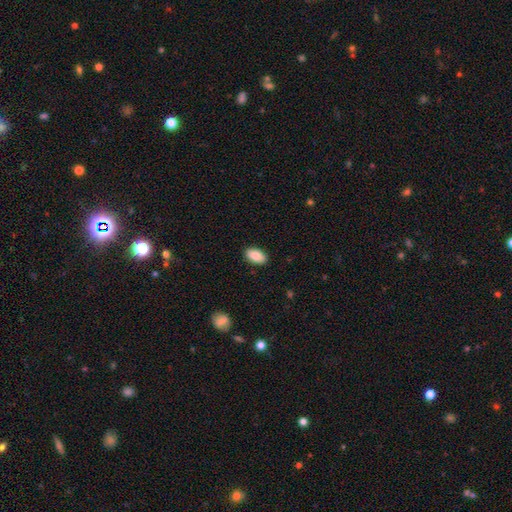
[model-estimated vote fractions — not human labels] smooth 88%, star or artifact 7%, featured or disk 5%. Down the decision tree: how rounded — in between (94%); merging — none (89%).